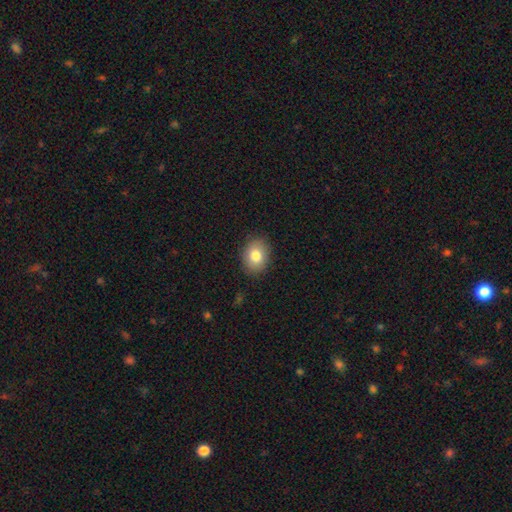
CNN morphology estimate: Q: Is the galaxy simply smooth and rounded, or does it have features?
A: smooth — 81%.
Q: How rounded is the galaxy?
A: in between — 57%.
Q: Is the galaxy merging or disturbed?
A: none — 87%.